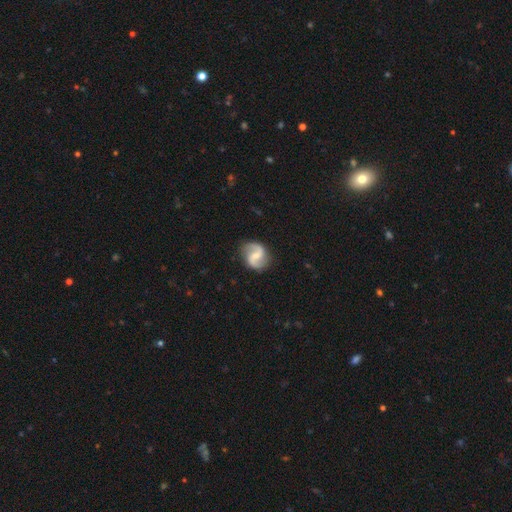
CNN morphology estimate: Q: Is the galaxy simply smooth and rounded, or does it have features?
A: featured or disk — 87%.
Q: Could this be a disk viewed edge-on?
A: no — 98%.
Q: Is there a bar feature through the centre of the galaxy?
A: weak — 51%.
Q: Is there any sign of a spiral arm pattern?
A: yes — 97%.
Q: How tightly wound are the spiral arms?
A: loose — 46%.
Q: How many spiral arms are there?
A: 2 — 94%.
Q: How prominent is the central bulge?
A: small — 47%.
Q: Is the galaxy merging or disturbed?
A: none — 85%.